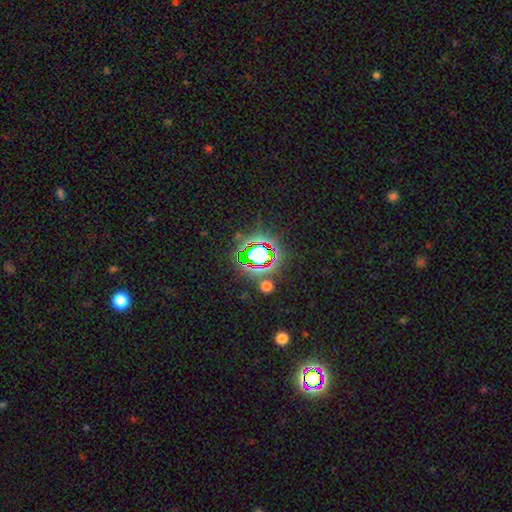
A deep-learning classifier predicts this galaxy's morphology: The model was most divided on "smooth or featured": star or artifact: 75%, smooth: 15%, featured or disk: 10%.